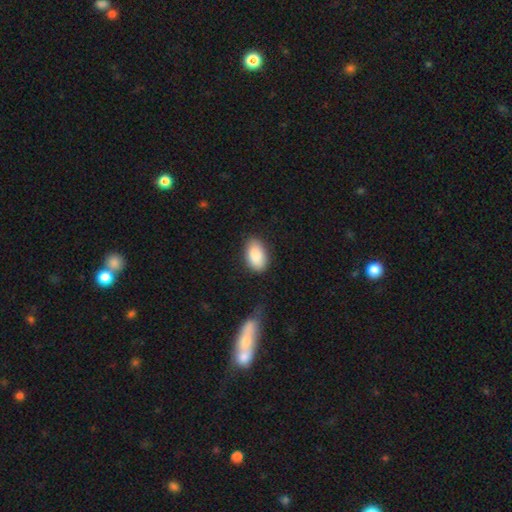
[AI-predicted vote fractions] This is clearly a smooth galaxy (89%). How rounded: clearly in between (93%). Merging: clearly none (81%).